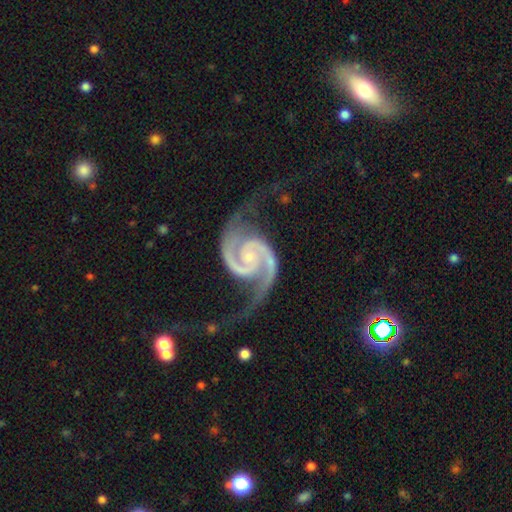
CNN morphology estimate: The model was most divided on "bar": no: 59%, weak: 29%, strong: 12%. More confident: spiral arms — yes (99%); edge-on disk — no (98%); spiral arm count — 2 (94%); smooth or featured — featured or disk (94%); bulge size — small (73%); merging — none (63%); spiral winding — medium (61%).